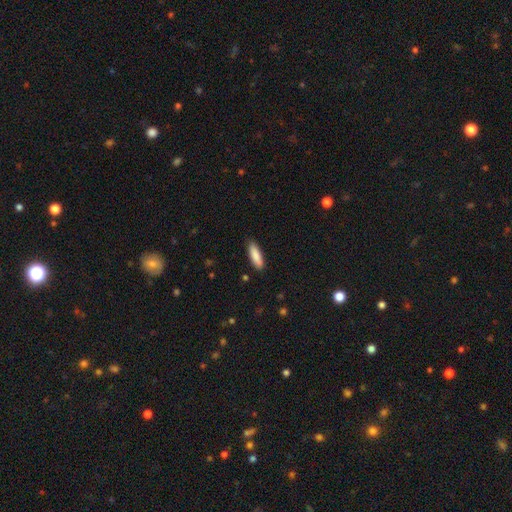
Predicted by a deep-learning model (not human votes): smooth-or-featured: smooth: 87% | featured or disk: 7% | star or artifact: 6%
  how-rounded: cigar-shaped: 54% | in between: 45% | round: 1%
  merging: none: 86% | minor disturbance: 11% | major disturbance: 2% | merger: 1%